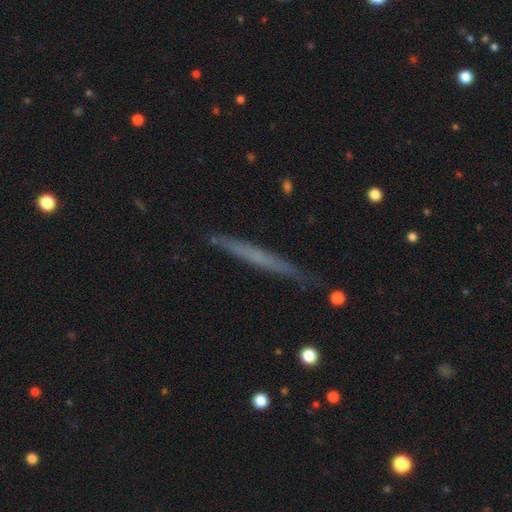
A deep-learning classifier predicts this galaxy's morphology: This appears to be a featured or disk galaxy (50%). Merging: none (86%).